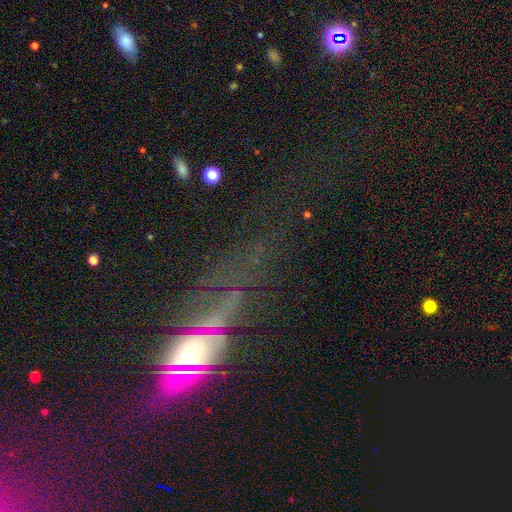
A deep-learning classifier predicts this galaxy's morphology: Smooth or featured? Predicted: star or artifact (p=0.41).